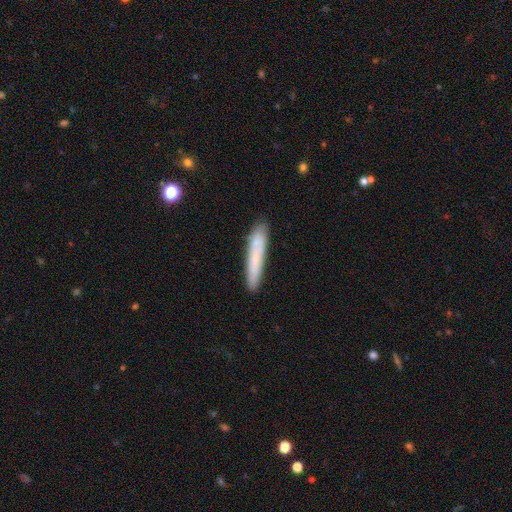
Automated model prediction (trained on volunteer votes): Q: Smooth or featured?
A: smooth (71%); runner-up: featured or disk (22%)
Q: How rounded?
A: cigar-shaped (93%); runner-up: in between (5%)
Q: Merging?
A: none (83%); runner-up: minor disturbance (12%)